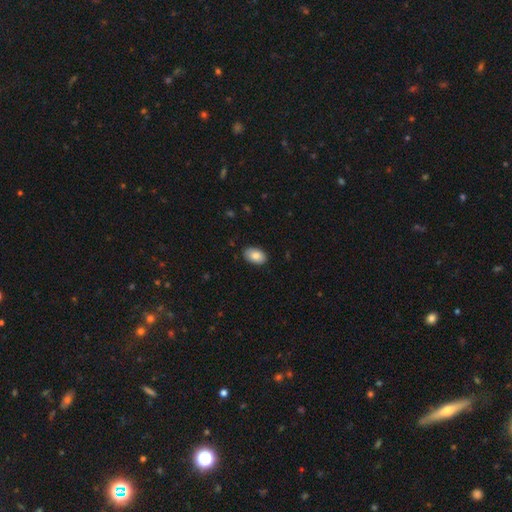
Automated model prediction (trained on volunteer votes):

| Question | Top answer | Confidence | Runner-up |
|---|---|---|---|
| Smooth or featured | smooth | 85% | featured or disk (8%) |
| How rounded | in between | 90% | round (9%) |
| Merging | none | 87% | minor disturbance (10%) |